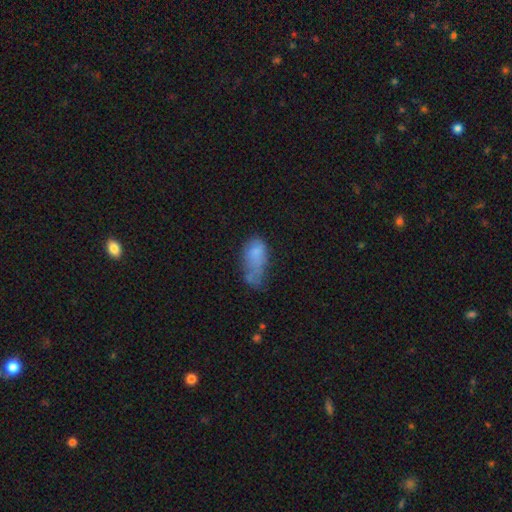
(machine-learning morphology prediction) type=smooth (69%); roundness=in between (89%); merging=minor disturbance (28%, tied with major disturbance).